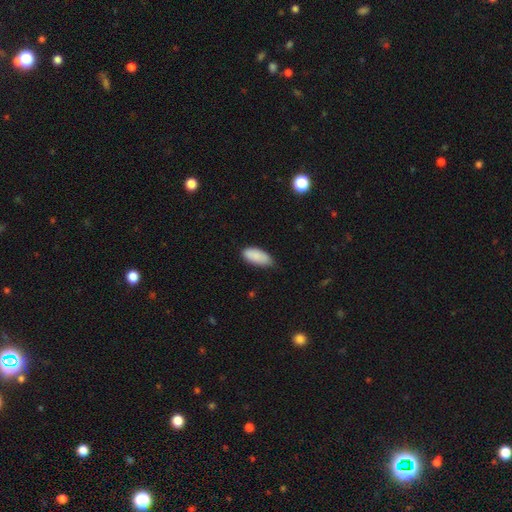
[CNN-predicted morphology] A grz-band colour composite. It shows a smooth galaxy with no disk features (89%) that is in between round and cigar-shaped (90%). Merging: none (63%).